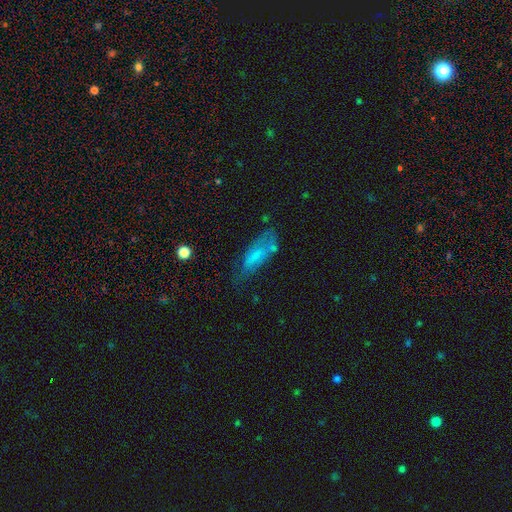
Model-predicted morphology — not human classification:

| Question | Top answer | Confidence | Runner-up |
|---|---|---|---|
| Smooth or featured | smooth | 61% | featured or disk (30%) |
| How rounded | in between | 66% | cigar-shaped (32%) |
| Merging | none | 45% | minor disturbance (30%) |